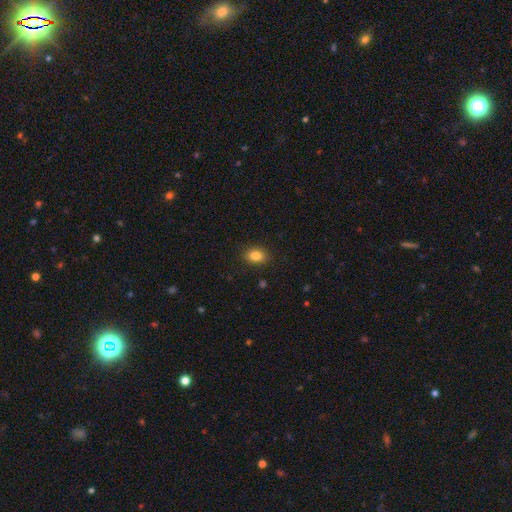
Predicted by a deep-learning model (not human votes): A smooth galaxy with no disk features (84%) that is in between round and cigar-shaped (74%).

Vote fractions:
- Smooth or featured? smooth: 84% / star or artifact: 9% / featured or disk: 7%
- How rounded? in between: 74% / round: 25% / cigar-shaped: 1%
- Merging? none: 89% / minor disturbance: 8% / major disturbance: 2% / merger: 1%